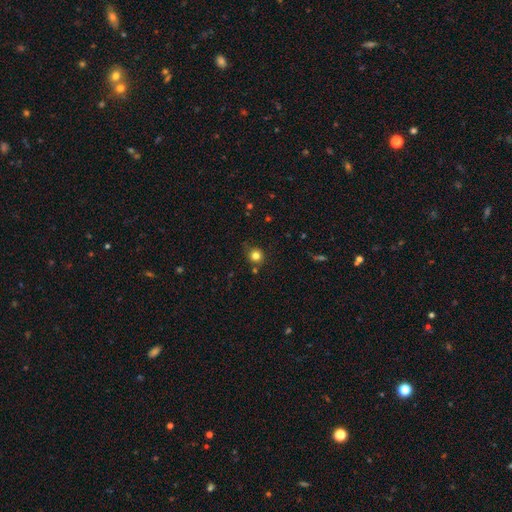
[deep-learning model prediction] Q: Smooth or featured?
A: smooth (81%); runner-up: star or artifact (13%)
Q: How rounded?
A: round (91%); runner-up: in between (8%)
Q: Merging?
A: none (80%); runner-up: minor disturbance (12%)